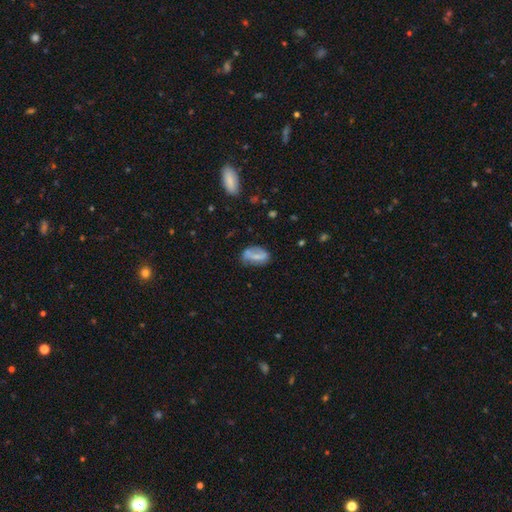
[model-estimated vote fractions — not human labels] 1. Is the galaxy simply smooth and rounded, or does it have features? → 49% smooth, 42% featured or disk, 9% star or artifact.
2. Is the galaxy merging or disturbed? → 56% none, 26% minor disturbance, 12% major disturbance, 5% merger.